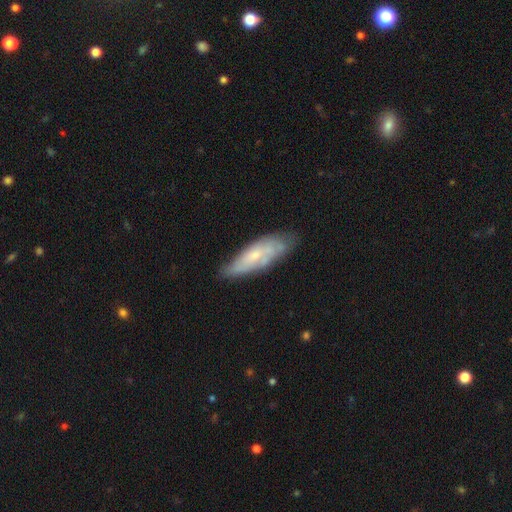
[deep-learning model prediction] featured or disk 49%, smooth 44%, star or artifact 7%. Down the decision tree: merging — none (66%).